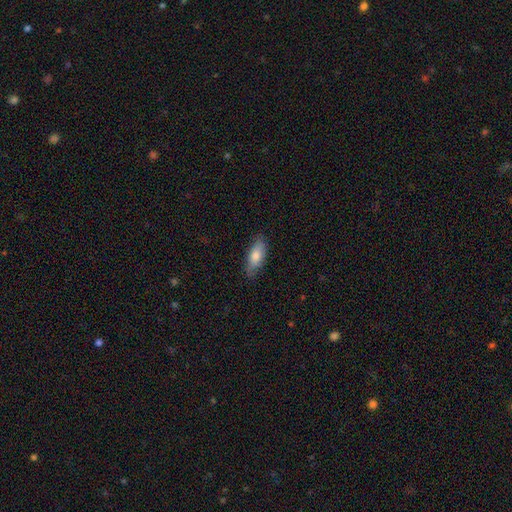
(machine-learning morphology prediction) This is likely a smooth galaxy (74%). How rounded: likely in between (70%). Merging: likely none (78%).